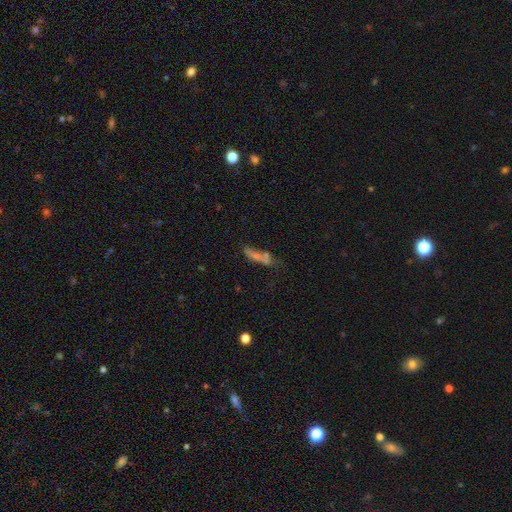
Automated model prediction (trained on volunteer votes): smooth 54%, featured or disk 29%, star or artifact 17%. Down the decision tree: how rounded — cigar-shaped (71%); merging — none (45%).